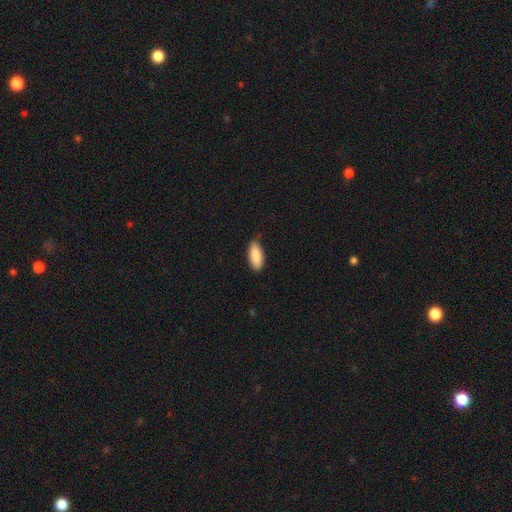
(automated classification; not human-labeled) smooth-or-featured: smooth: 89% | star or artifact: 6% | featured or disk: 5%
  how-rounded: in between: 83% | cigar-shaped: 15% | round: 2%
  merging: none: 85% | minor disturbance: 12% | major disturbance: 2% | merger: 1%